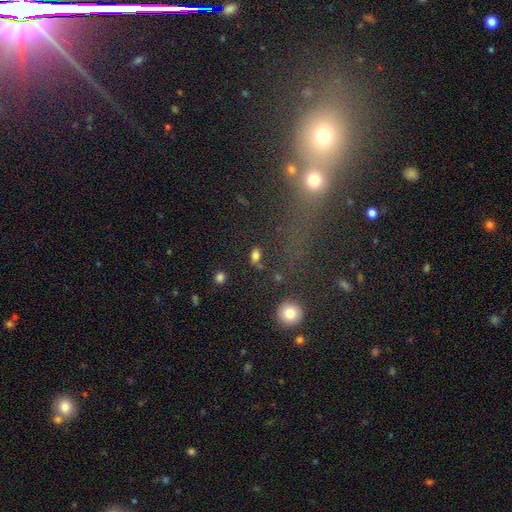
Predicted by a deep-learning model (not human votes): This is clearly a smooth galaxy (80%). How rounded: likely in between (76%). Merging: likely none (71%).